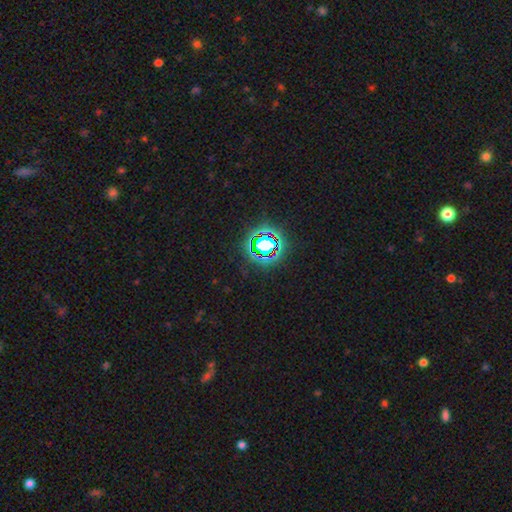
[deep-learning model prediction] Morphology: type=star or artifact (77%).